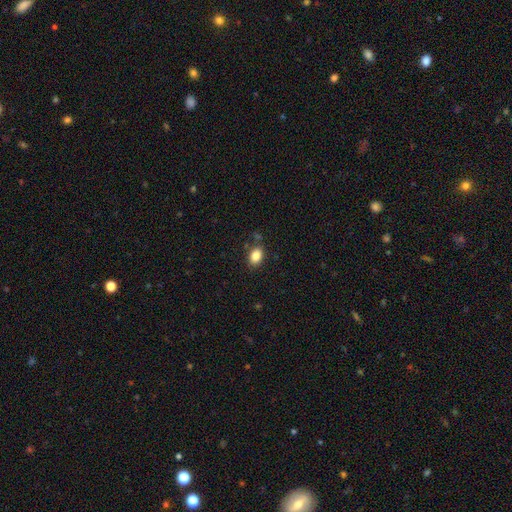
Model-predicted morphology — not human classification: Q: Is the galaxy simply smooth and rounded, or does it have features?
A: smooth — 85%.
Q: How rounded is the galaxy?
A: in between — 81%.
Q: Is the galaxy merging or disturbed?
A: none — 82%.